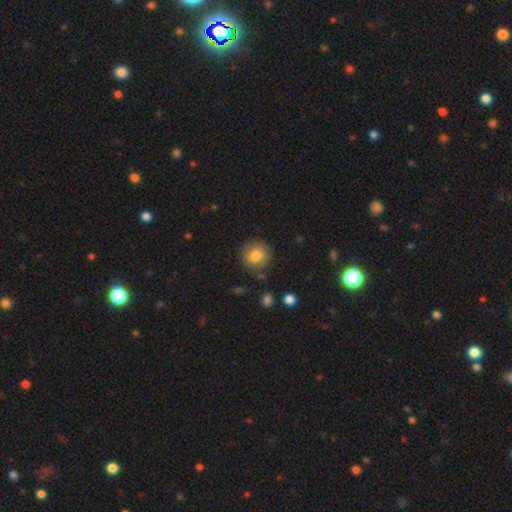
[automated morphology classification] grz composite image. It shows a smooth galaxy with no disk features (81%) that is round (90%). Merging: none (84%).